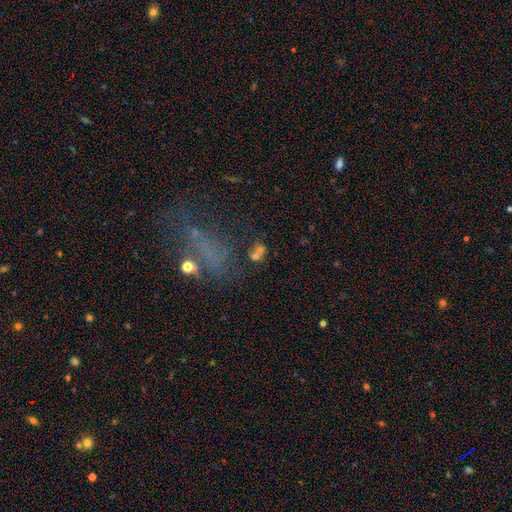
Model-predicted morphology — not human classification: Smooth or featured: smooth — 54% (star or artifact — 24%)
How rounded: round — 52% (in between — 45%)
Merging: merger — 38% (none — 37%)